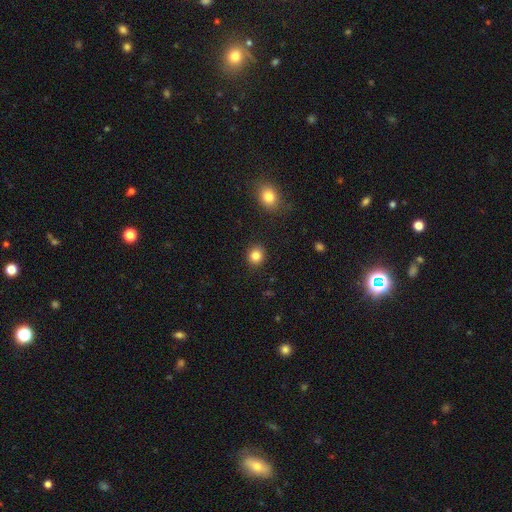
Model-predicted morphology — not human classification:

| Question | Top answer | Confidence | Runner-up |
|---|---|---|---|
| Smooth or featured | smooth | 84% | star or artifact (11%) |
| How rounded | round | 82% | in between (17%) |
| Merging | none | 90% | minor disturbance (6%) |